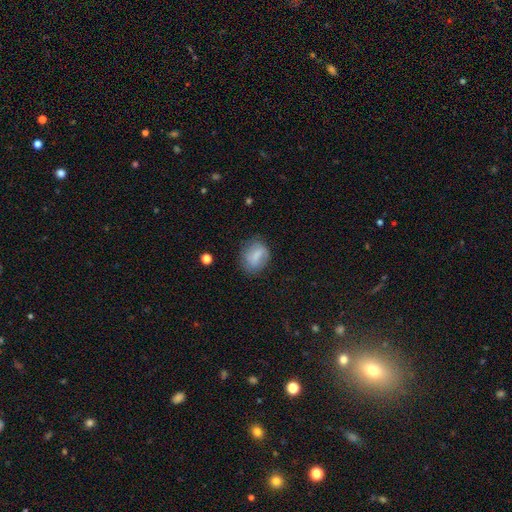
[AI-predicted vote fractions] The model was most divided on "how rounded": in between: 63%, round: 35%, cigar-shaped: 2%. More confident: merging — none (68%); smooth or featured — smooth (67%).